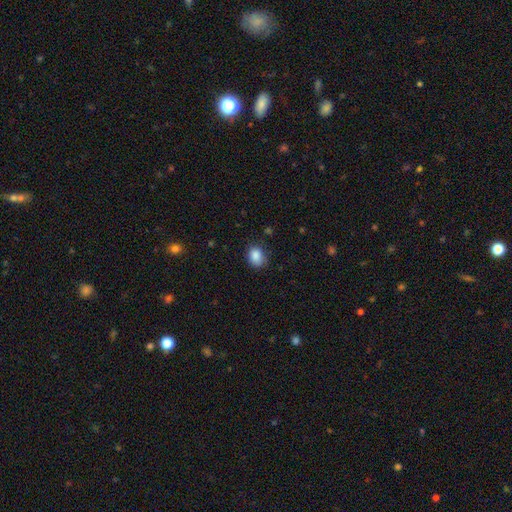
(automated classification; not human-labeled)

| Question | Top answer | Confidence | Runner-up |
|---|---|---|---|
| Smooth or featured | smooth | 87% | star or artifact (9%) |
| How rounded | in between | 53% | round (46%) |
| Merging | none | 75% | minor disturbance (20%) |